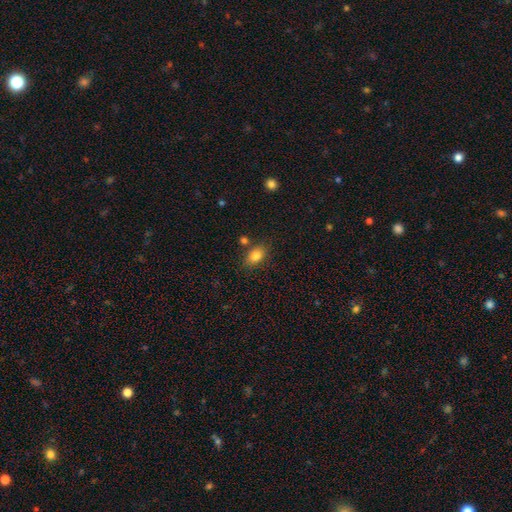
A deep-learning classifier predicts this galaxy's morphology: Overall: smooth (82%). How rounded: in between (77%). Merging: none (76%).